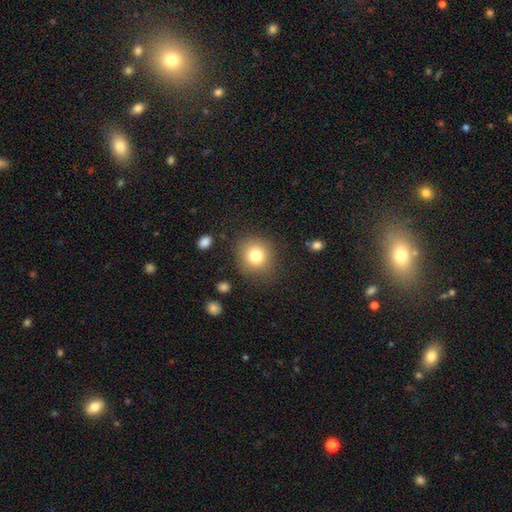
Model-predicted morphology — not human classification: The model was most divided on "smooth or featured": smooth: 79%, star or artifact: 11%, featured or disk: 9%. More confident: how rounded — round (86%); merging — none (83%).